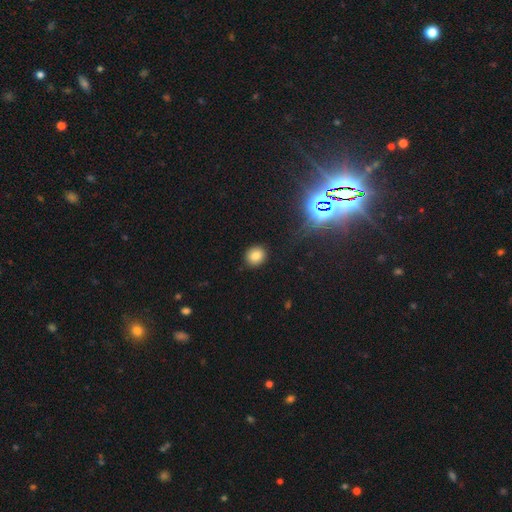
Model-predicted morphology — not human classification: Smooth or featured: smooth — 80% (star or artifact — 14%)
How rounded: round — 76% (in between — 23%)
Merging: none — 89% (minor disturbance — 7%)